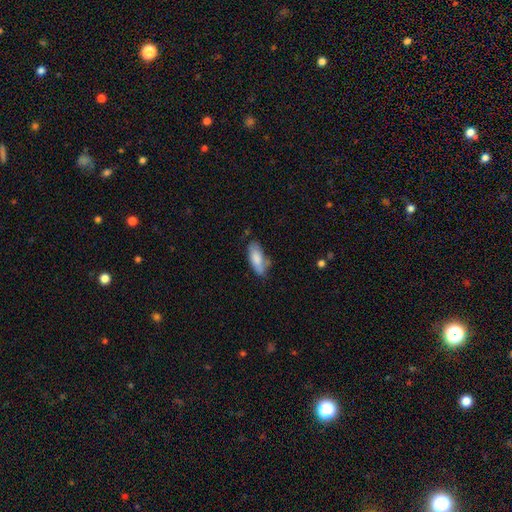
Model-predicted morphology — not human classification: smooth_or_featured: smooth (p=0.78) [alt: featured or disk p=0.15]
how_rounded: in between (p=0.76) [alt: cigar-shaped p=0.22]
merging: none (p=0.65) [alt: minor disturbance p=0.26]